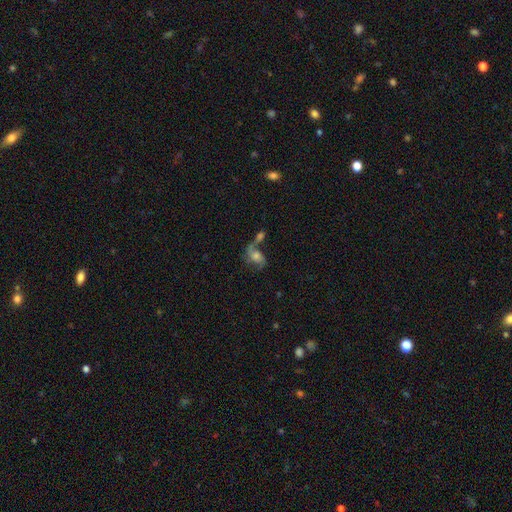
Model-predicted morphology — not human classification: Smooth or featured?
  - featured or disk: 63% *
  - smooth: 25%
  - star or artifact: 12%
Edge-on disk?
  - no: 96% *
  - yes: 4%
Bar?
  - no: 65% *
  - weak: 29%
  - strong: 7%
Spiral arms?
  - yes: 85% *
  - no: 15%
Spiral winding?
  - loose: 58% *
  - medium: 32%
  - tight: 10%
Spiral arm count?
  - 2: 77% *
  - 1: 11%
  - can't tell: 7%
  - 3: 2%
  - 4: 1%
  - more than 4: 1%
Bulge size?
  - moderate: 49% *
  - small: 26%
  - large: 14%
  - none: 9%
  - dominant: 3%
Merging?
  - merger: 41% *
  - none: 31%
  - major disturbance: 15%
  - minor disturbance: 13%